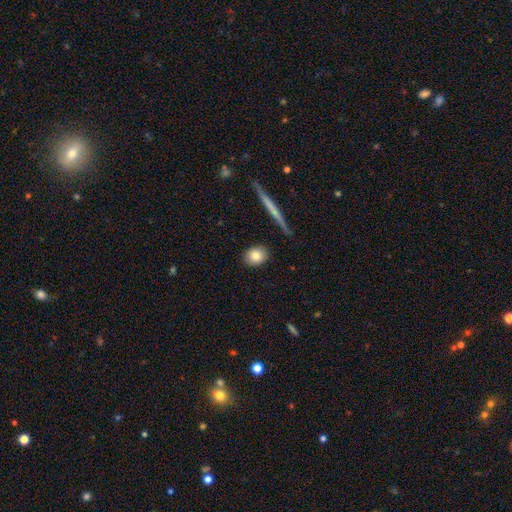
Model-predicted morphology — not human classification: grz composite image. It shows a smooth galaxy with no disk features (83%) that is in between round and cigar-shaped (54%). Merging: none (88%).